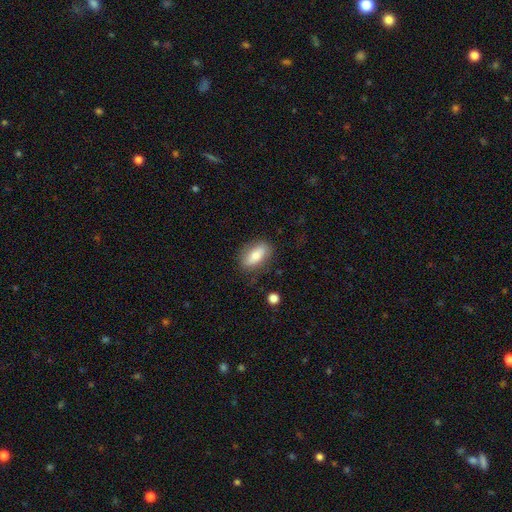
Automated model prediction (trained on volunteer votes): Overall: smooth (73%). How rounded: in between (83%). Merging: none (80%).